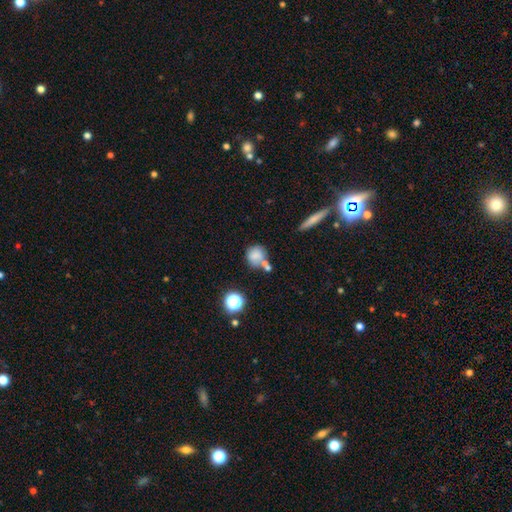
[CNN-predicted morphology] type=smooth (76%); roundness=round (78%); merging=none (50%).